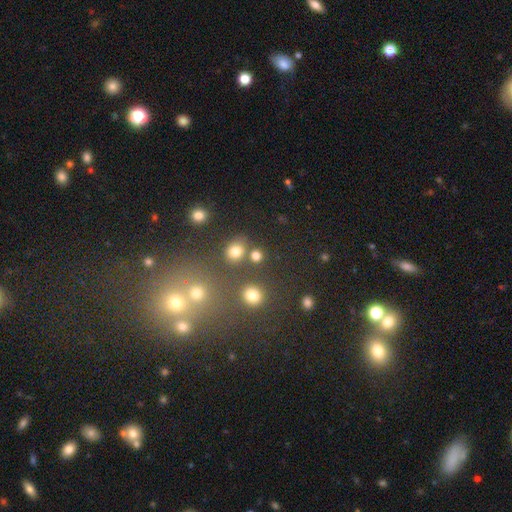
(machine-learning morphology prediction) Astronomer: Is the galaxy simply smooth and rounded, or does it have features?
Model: smooth — 76%.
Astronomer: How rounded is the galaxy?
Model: round — 85%.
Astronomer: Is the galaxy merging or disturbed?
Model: none — 74%.